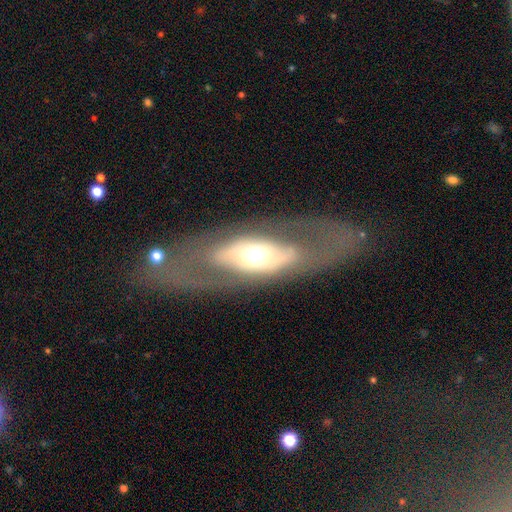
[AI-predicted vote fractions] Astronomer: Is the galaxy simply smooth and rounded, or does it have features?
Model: featured or disk — 67%.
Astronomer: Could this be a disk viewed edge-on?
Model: no — 75%.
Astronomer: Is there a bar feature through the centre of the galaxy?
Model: no — 68%.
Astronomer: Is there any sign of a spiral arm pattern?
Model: no — 63%.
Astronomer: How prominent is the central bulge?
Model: moderate — 60%.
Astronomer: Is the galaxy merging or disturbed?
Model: none — 72%.